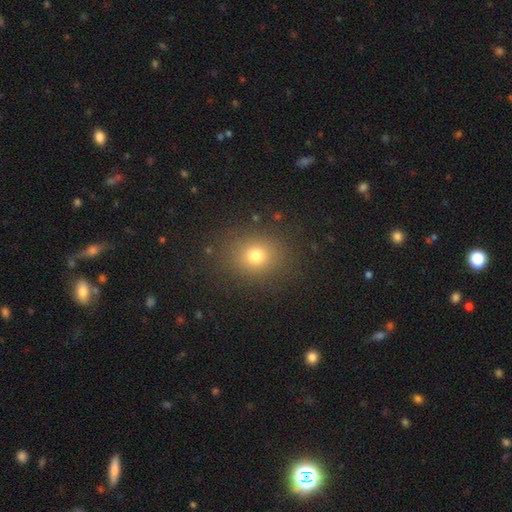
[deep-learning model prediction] smooth_or_featured: smooth (p=0.75) [alt: star or artifact p=0.16]
how_rounded: round (p=0.68) [alt: in between p=0.31]
merging: none (p=0.85) [alt: minor disturbance p=0.09]